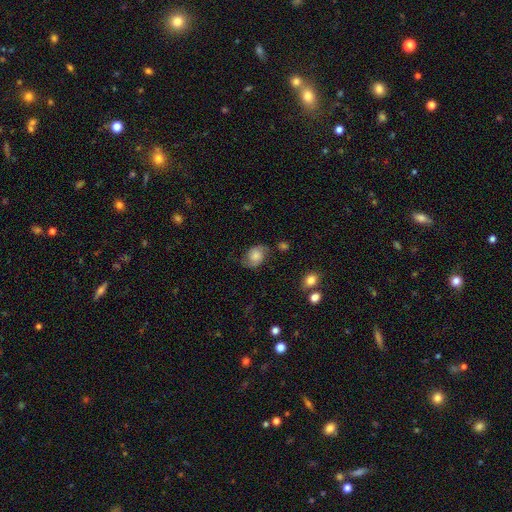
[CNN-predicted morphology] Smooth or featured?
  - smooth: 54% *
  - featured or disk: 37%
  - star or artifact: 9%
How rounded?
  - in between: 62% *
  - round: 37%
  - cigar-shaped: 1%
Merging?
  - none: 61% *
  - minor disturbance: 25%
  - major disturbance: 11%
  - merger: 3%